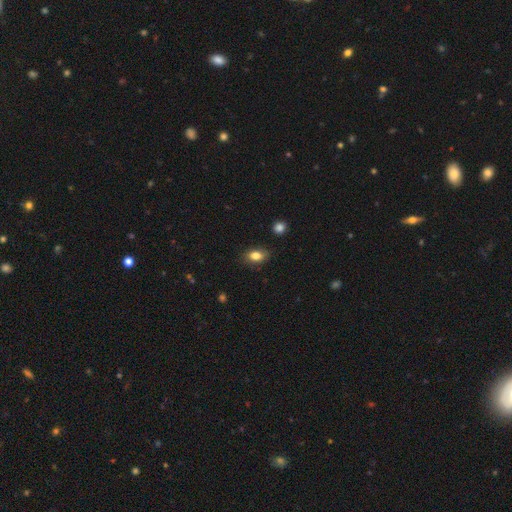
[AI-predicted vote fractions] smooth 82%, featured or disk 9%, star or artifact 9%. Down the decision tree: how rounded — in between (84%); merging — none (84%).